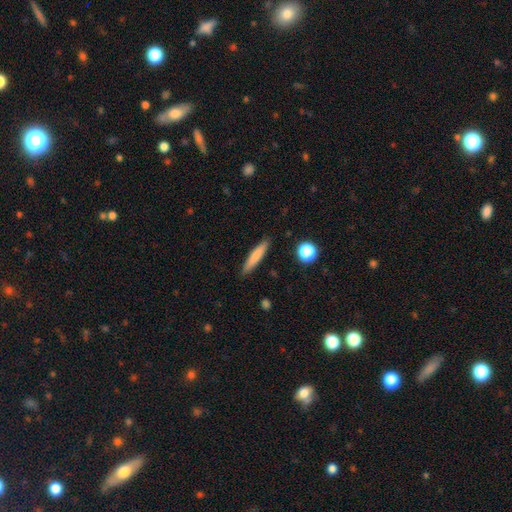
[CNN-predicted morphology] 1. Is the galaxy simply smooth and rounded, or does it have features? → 75% smooth, 18% featured or disk, 7% star or artifact.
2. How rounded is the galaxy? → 90% cigar-shaped, 9% in between, 2% round.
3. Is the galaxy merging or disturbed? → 89% none, 8% minor disturbance, 2% major disturbance, 1% merger.